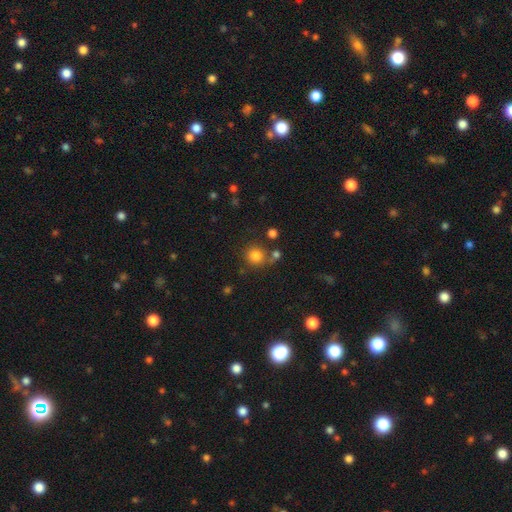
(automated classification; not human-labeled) Smooth or featured? Predicted: smooth (p=0.81). How rounded? Predicted: round (p=0.90). Merging? Predicted: none (p=0.68).